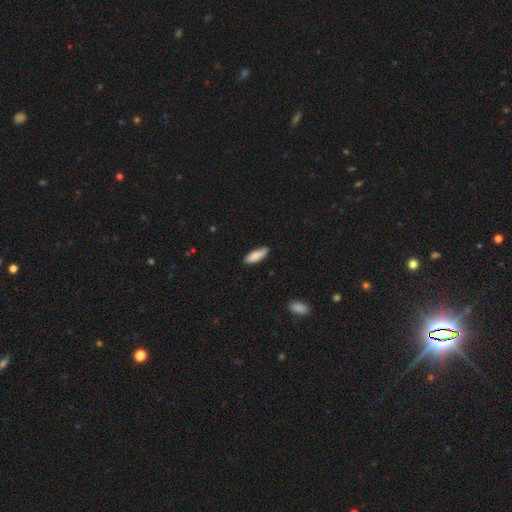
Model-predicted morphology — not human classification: A smooth galaxy with no disk features (84%) that is in between round and cigar-shaped (57%). Merging: none (82%).